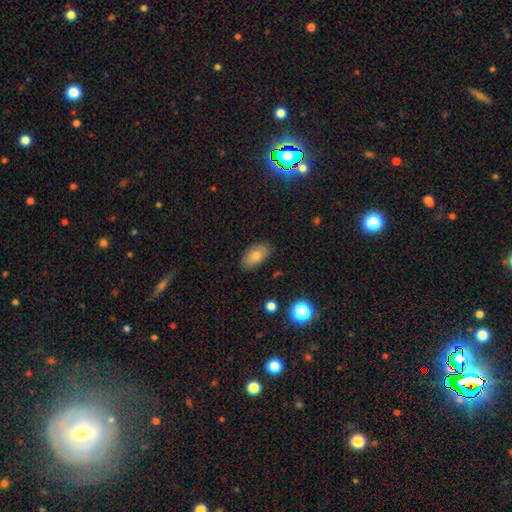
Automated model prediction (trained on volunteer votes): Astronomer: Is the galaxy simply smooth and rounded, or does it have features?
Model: smooth — 77%.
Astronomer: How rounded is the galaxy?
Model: in between — 91%.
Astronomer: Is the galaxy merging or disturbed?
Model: none — 85%.